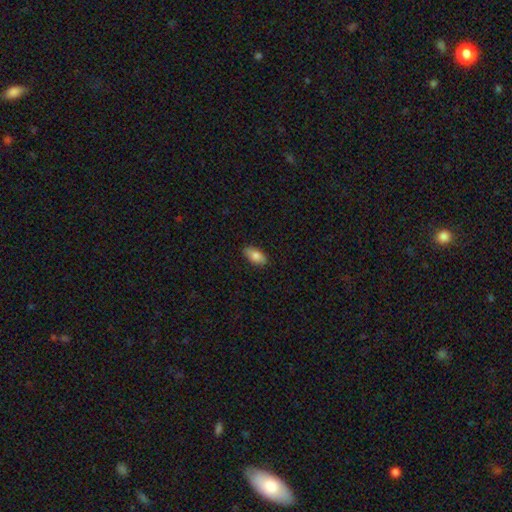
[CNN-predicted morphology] A smooth galaxy with no disk features (82%) that is in between round and cigar-shaped (91%).

Vote fractions:
- Smooth or featured? smooth: 82% / featured or disk: 12% / star or artifact: 7%
- How rounded? in between: 91% / cigar-shaped: 6% / round: 3%
- Merging? none: 87% / minor disturbance: 10% / major disturbance: 2% / merger: 1%